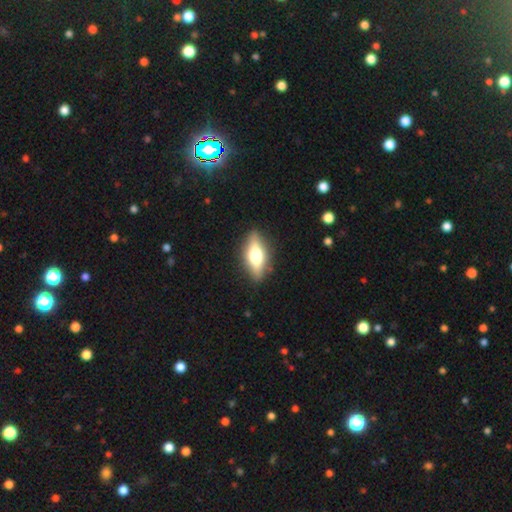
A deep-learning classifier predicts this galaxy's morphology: A featured or disk galaxy (47%).

Vote fractions:
- Smooth or featured? featured or disk: 47% / smooth: 46% / star or artifact: 7%
- Merging? none: 87% / minor disturbance: 9% / major disturbance: 2% / merger: 1%